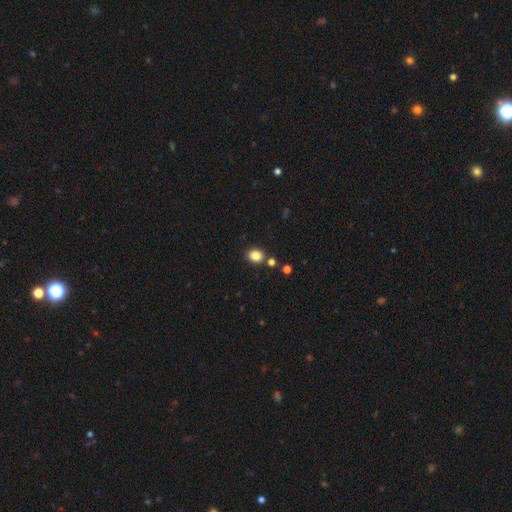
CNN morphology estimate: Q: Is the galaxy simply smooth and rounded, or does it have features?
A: smooth — 84%.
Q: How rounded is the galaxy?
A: round — 61%.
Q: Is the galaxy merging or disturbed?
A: none — 83%.